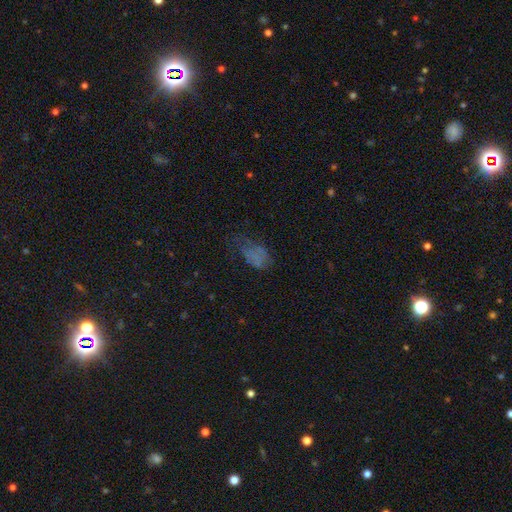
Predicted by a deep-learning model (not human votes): Smooth or featured?
  - smooth: 51% *
  - featured or disk: 28%
  - star or artifact: 20%
How rounded?
  - in between: 86% *
  - round: 12%
  - cigar-shaped: 2%
Merging?
  - major disturbance: 39% *
  - none: 32%
  - minor disturbance: 26%
  - merger: 3%